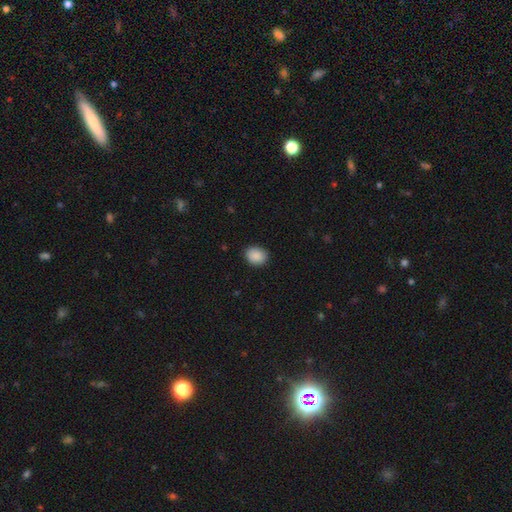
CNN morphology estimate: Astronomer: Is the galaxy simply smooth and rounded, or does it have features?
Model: smooth — 90%.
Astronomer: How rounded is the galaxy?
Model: round — 55% (runner-up: in between, 44%).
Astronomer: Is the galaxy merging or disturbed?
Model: none — 87%.